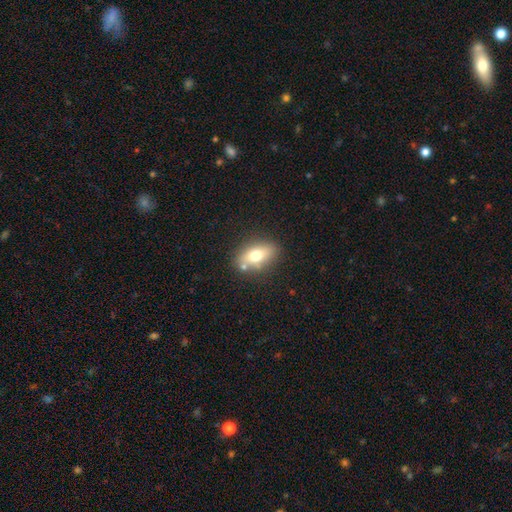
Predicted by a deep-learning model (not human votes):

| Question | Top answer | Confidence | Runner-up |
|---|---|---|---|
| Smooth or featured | smooth | 68% | featured or disk (23%) |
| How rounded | in between | 82% | round (11%) |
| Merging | none | 73% | minor disturbance (14%) |